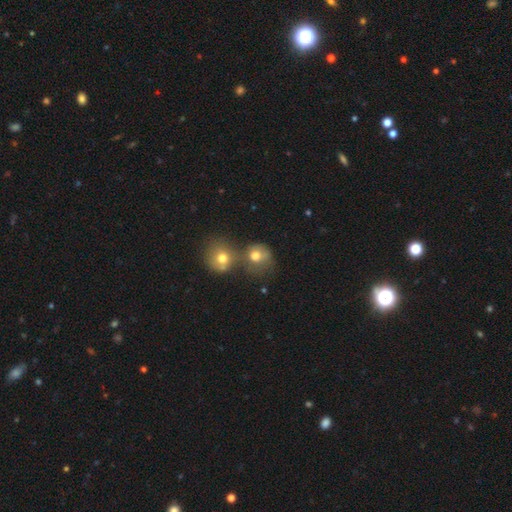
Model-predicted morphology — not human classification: smooth-or-featured: smooth: 75% | featured or disk: 13% | star or artifact: 12%
  how-rounded: round: 78% | in between: 21% | cigar-shaped: 1%
  merging: merger: 52% | none: 31% | minor disturbance: 10% | major disturbance: 7%